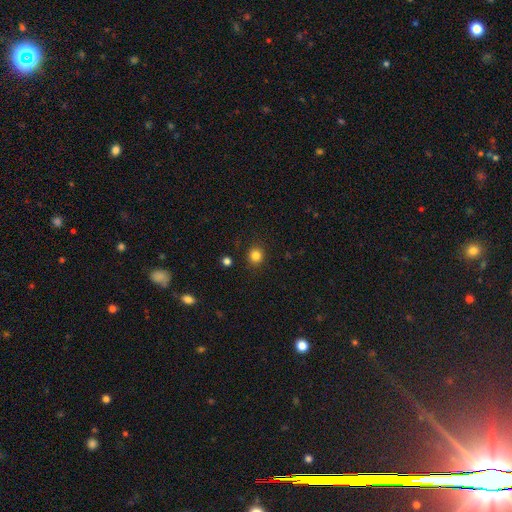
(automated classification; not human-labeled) This is clearly a smooth galaxy (83%). How rounded: clearly round (85%). Merging: clearly none (90%).